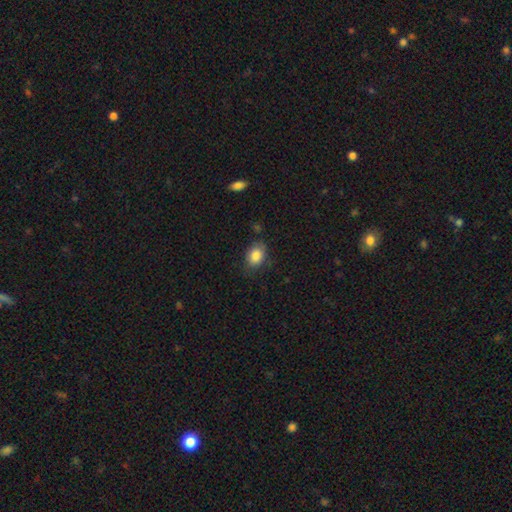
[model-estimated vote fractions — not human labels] This appears to be a smooth galaxy with no disk features (85%) that is in between round and cigar-shaped (65%). Merging: none (71%).